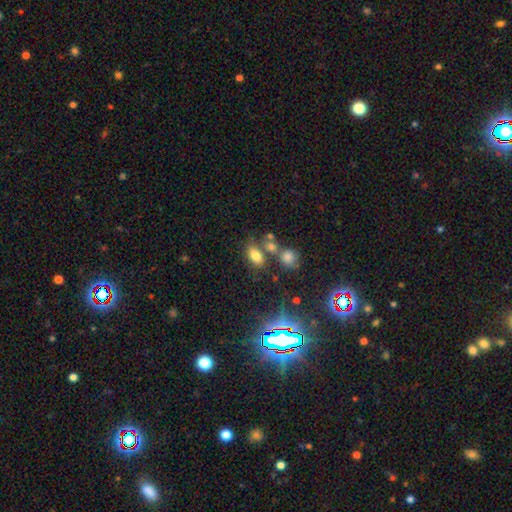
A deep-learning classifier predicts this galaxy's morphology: This is likely a smooth galaxy (74%). How rounded: clearly in between (85%). Merging: possibly none (57%).